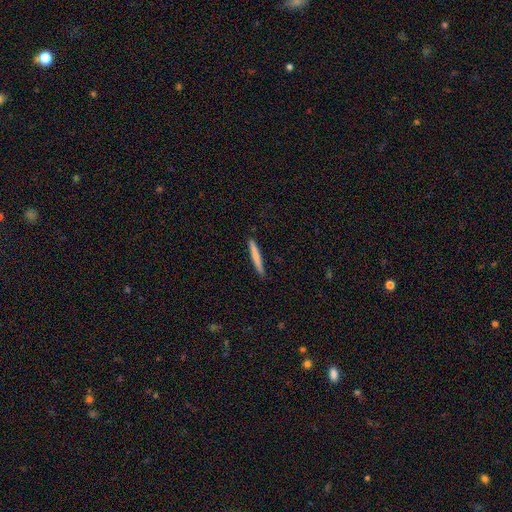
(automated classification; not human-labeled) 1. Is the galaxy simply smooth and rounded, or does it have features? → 67% smooth, 27% featured or disk, 5% star or artifact.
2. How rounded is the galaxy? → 96% cigar-shaped, 3% in between, 1% round.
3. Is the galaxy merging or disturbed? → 90% none, 7% minor disturbance, 1% major disturbance, 1% merger.